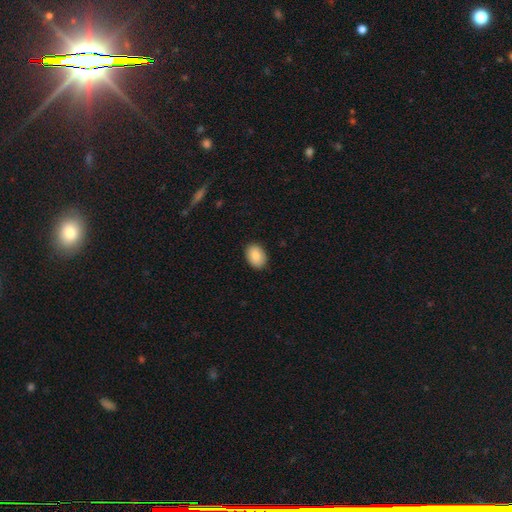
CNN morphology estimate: Overall: smooth (88%). How rounded: in between (80%). Merging: none (88%).